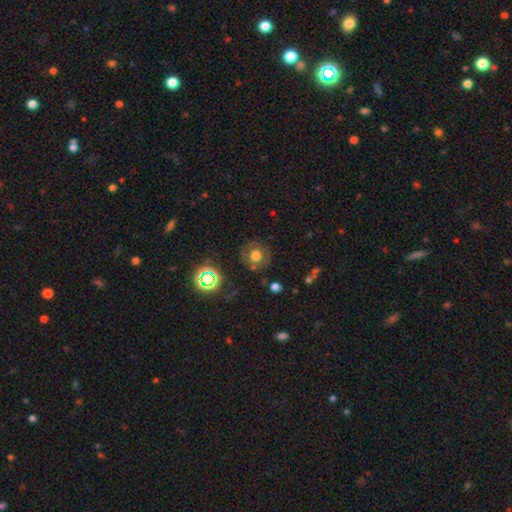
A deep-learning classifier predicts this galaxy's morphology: Overall: smooth (61%; featured or disk 21%). How rounded: round (89%). Merging: none (76%).